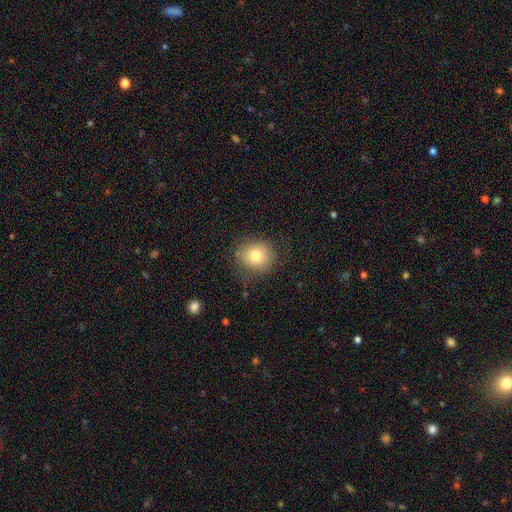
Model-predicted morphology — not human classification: type=smooth (77%); roundness=round (82%); merging=none (79%).